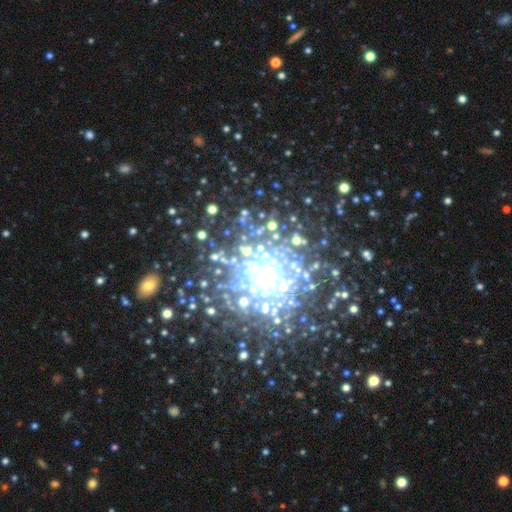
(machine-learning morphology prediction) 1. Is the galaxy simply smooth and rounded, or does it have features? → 49% featured or disk, 36% star or artifact, 15% smooth.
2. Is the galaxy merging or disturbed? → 64% none, 15% major disturbance, 13% minor disturbance, 8% merger.